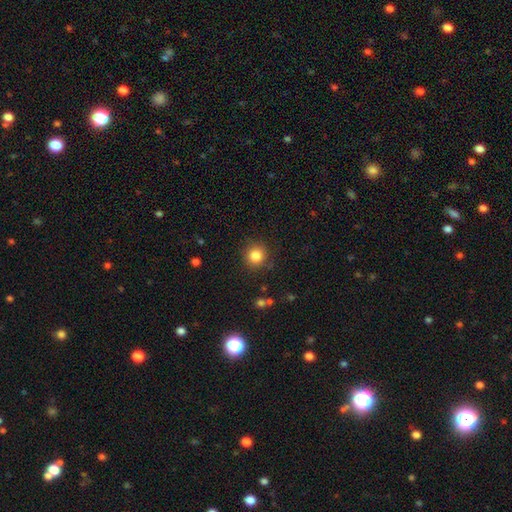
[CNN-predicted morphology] Smooth or featured? smooth (84%)
How rounded? round (92%)
Merging? none (86%)